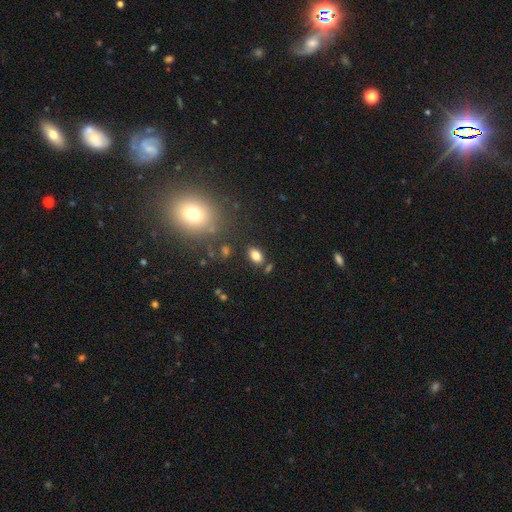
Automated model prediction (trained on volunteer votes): Smooth or featured? smooth (81%)
How rounded? in between (87%)
Merging? none (81%)